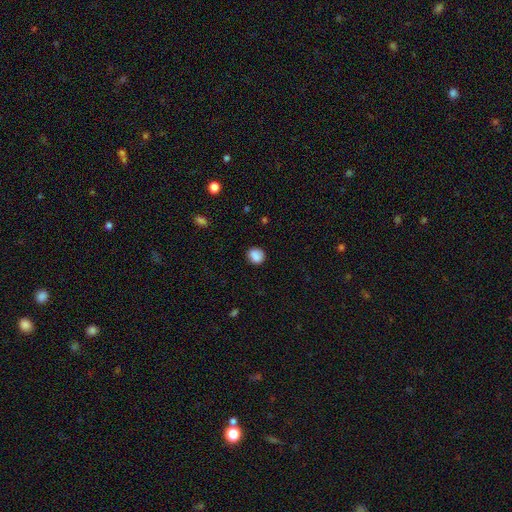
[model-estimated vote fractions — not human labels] Smooth or featured?
  - smooth: 87% *
  - star or artifact: 9%
  - featured or disk: 4%
How rounded?
  - round: 74% *
  - in between: 25%
  - cigar-shaped: 1%
Merging?
  - none: 84% *
  - minor disturbance: 12%
  - major disturbance: 3%
  - merger: 1%